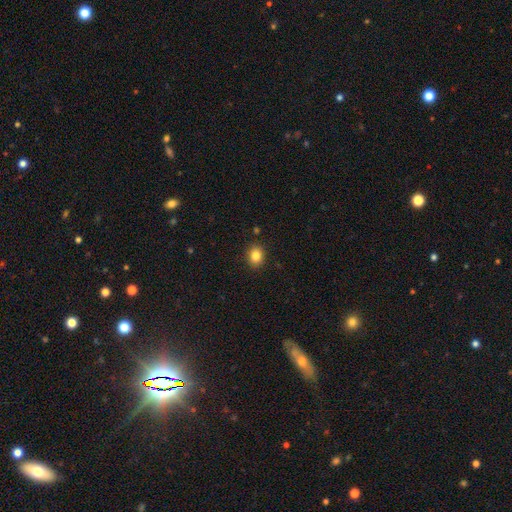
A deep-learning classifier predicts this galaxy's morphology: This is clearly a smooth galaxy (84%). How rounded: possibly round (53%). Merging: clearly none (89%).